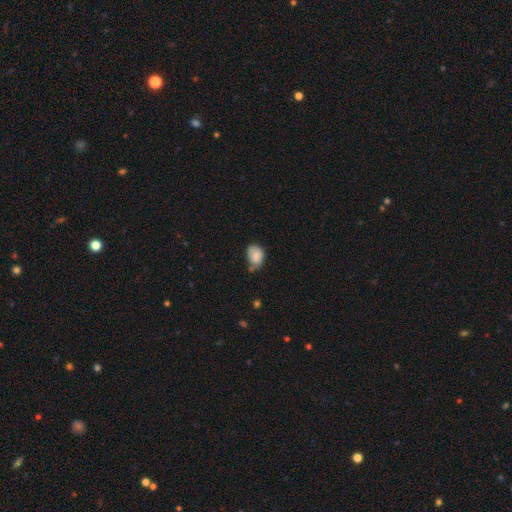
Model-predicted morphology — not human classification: Q: Smooth or featured?
A: smooth (82%); runner-up: featured or disk (10%)
Q: How rounded?
A: in between (70%); runner-up: round (29%)
Q: Merging?
A: none (42%); runner-up: minor disturbance (40%)